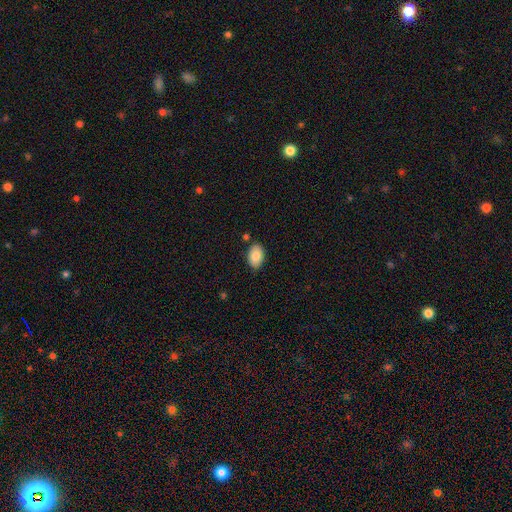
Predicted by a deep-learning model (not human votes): smooth-or-featured: smooth: 85% | featured or disk: 8% | star or artifact: 7%
  how-rounded: in between: 90% | round: 9% | cigar-shaped: 1%
  merging: none: 82% | minor disturbance: 13% | merger: 3% | major disturbance: 2%